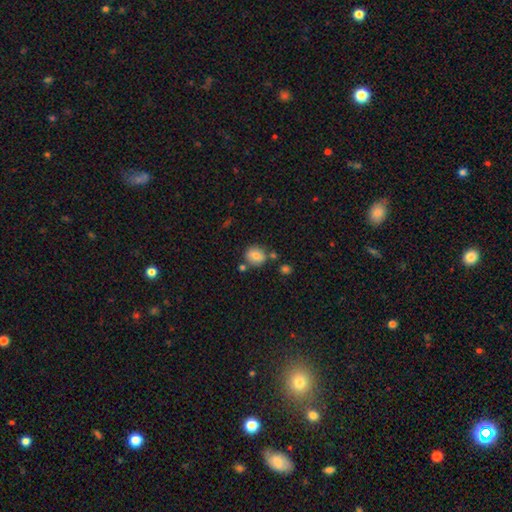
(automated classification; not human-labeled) smooth-or-featured: smooth: 77% | featured or disk: 13% | star or artifact: 10%
  how-rounded: round: 75% | in between: 24% | cigar-shaped: 1%
  merging: none: 72% | minor disturbance: 13% | merger: 11% | major disturbance: 3%